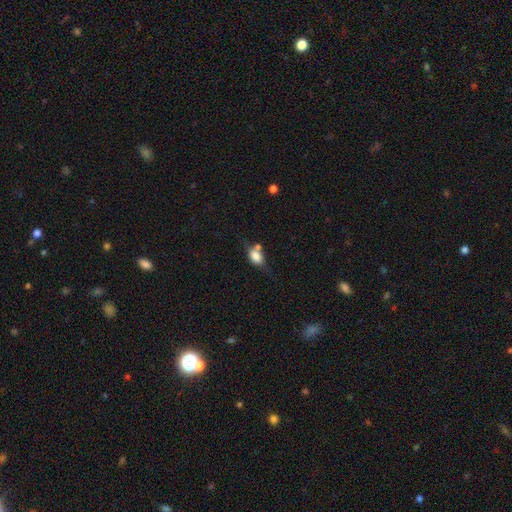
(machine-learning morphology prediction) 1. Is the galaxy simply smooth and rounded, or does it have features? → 75% smooth, 16% featured or disk, 9% star or artifact.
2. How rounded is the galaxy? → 77% in between, 18% round, 4% cigar-shaped.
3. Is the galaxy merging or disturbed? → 44% none, 23% minor disturbance, 22% merger, 11% major disturbance.